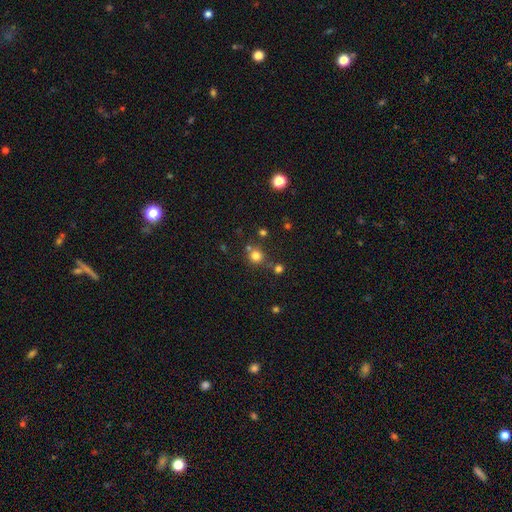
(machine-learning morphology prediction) Overall: smooth (77%). How rounded: round (90%). Merging: none (68%).